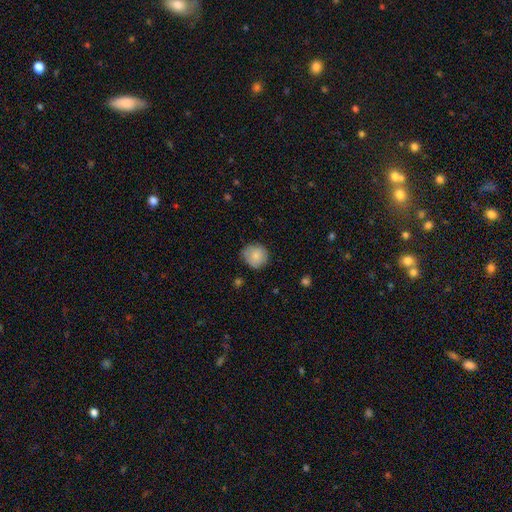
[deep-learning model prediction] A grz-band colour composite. It shows a smooth galaxy with no disk features (82%) that is round (88%). Merging: none (78%).